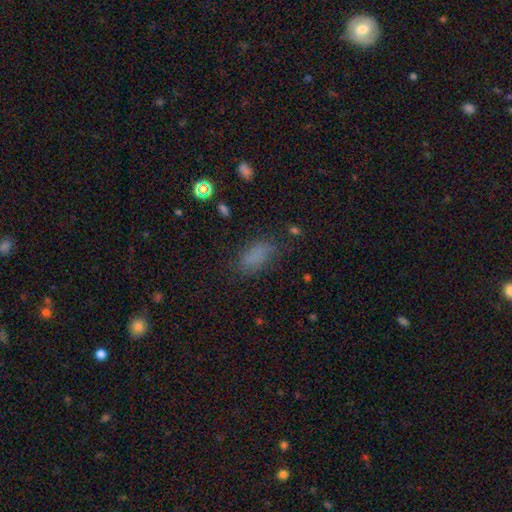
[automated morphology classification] Smooth or featured? Predicted: smooth (p=0.79). How rounded? Predicted: in between (p=0.87). Merging? Predicted: none (p=0.72).